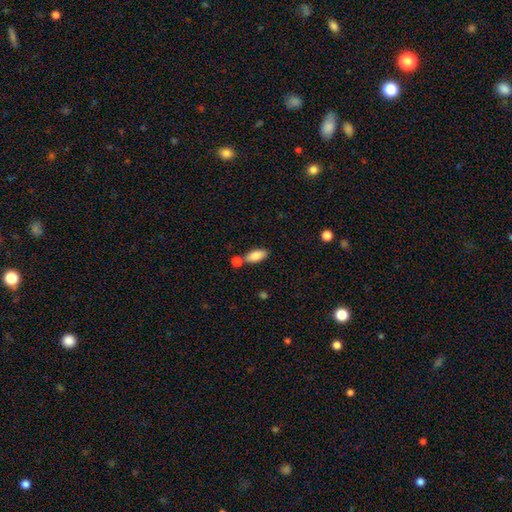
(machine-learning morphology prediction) Smooth or featured? smooth (86%)
How rounded? in between (83%)
Merging? none (65%)